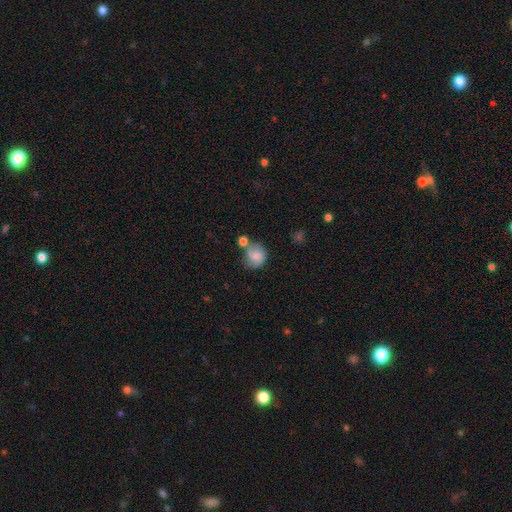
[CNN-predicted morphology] Smooth or featured?
  - smooth: 71% *
  - featured or disk: 21%
  - star or artifact: 9%
How rounded?
  - round: 81% *
  - in between: 18%
  - cigar-shaped: 1%
Merging?
  - none: 51% *
  - minor disturbance: 21%
  - merger: 20%
  - major disturbance: 8%